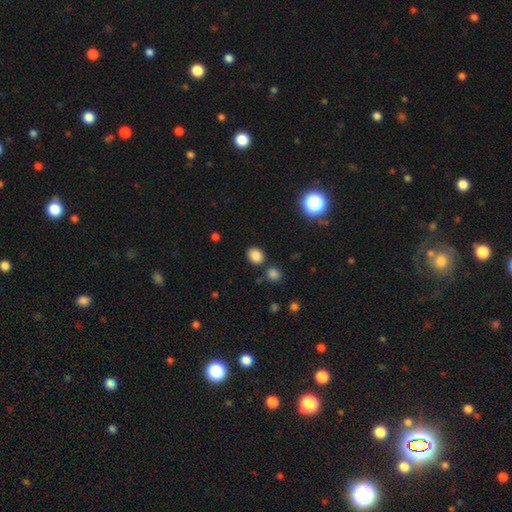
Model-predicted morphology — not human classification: This appears to be a smooth galaxy with no disk features (83%) that is round (60%). Merging: none (81%).